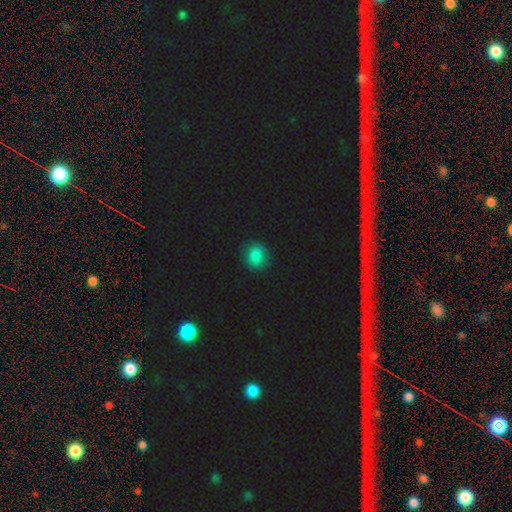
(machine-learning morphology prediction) smooth_or_featured: smooth (p=0.84) [alt: star or artifact p=0.11]
how_rounded: round (p=0.74) [alt: in between p=0.25]
merging: none (p=0.85) [alt: minor disturbance p=0.11]